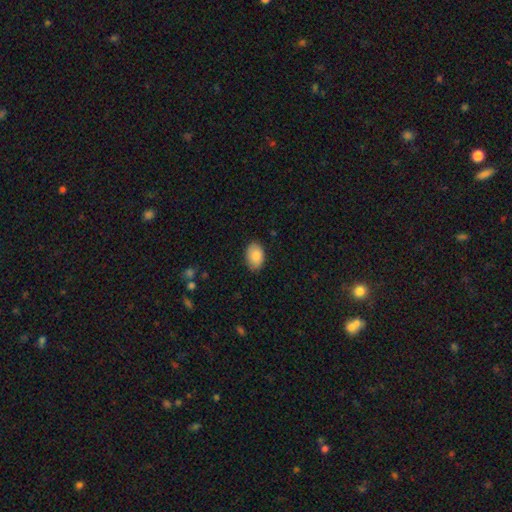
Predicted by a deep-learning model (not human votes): Q: Smooth or featured?
A: smooth (87%); runner-up: featured or disk (7%)
Q: How rounded?
A: in between (87%); runner-up: round (12%)
Q: Merging?
A: none (85%); runner-up: minor disturbance (12%)